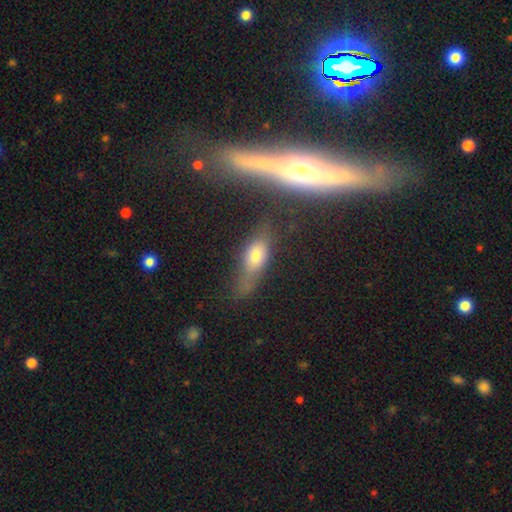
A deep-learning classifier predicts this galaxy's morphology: Q: Smooth or featured?
A: smooth (53%); runner-up: featured or disk (35%)
Q: How rounded?
A: in between (50%); runner-up: cigar-shaped (43%)
Q: Merging?
A: none (53%); runner-up: minor disturbance (25%)